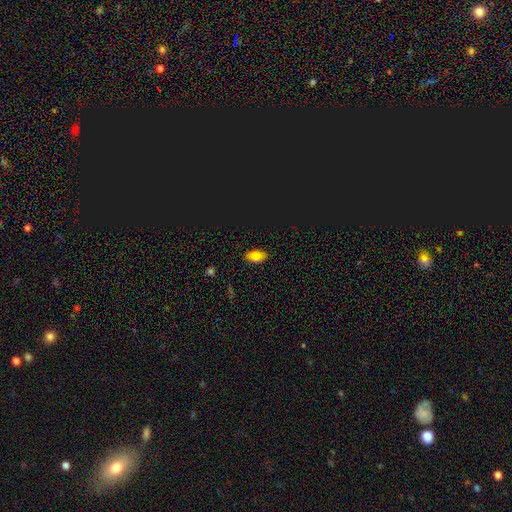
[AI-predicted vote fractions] This appears to be a smooth galaxy with no disk features (71%) that is in between round and cigar-shaped (89%). Merging: none (81%).